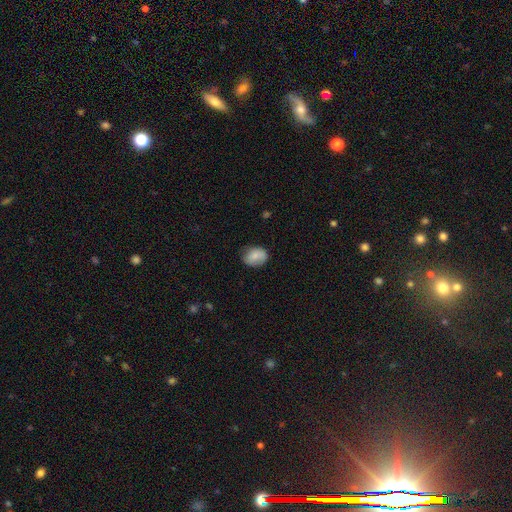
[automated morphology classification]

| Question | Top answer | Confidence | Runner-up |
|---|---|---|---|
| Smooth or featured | smooth | 79% | featured or disk (14%) |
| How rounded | in between | 61% | round (38%) |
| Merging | none | 70% | minor disturbance (23%) |